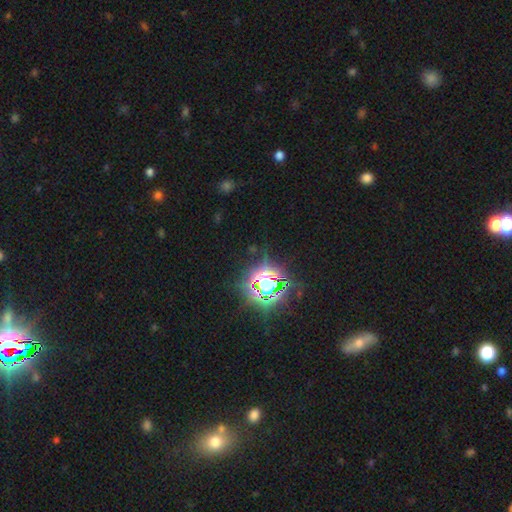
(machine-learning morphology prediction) Q: Smooth or featured?
A: star or artifact (80%); runner-up: smooth (13%)